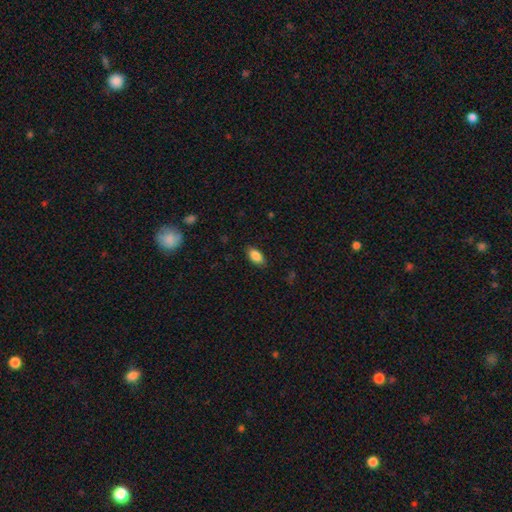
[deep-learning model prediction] Smooth or featured? Predicted: smooth (p=0.86). How rounded? Predicted: in between (p=0.92). Merging? Predicted: none (p=0.86).